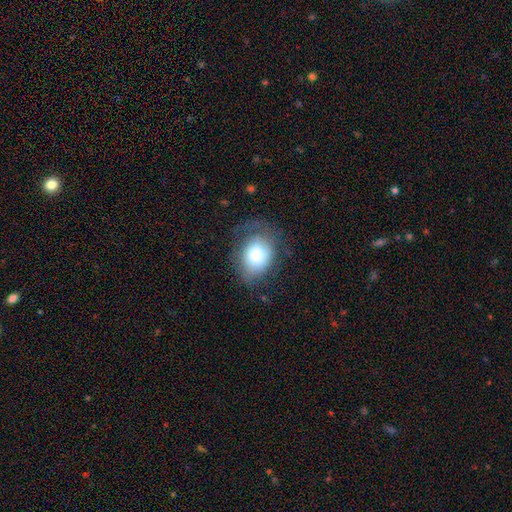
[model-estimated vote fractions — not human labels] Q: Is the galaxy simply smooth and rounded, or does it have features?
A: smooth — 67%.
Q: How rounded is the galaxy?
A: in between — 61%.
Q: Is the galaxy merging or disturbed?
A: none — 55%.